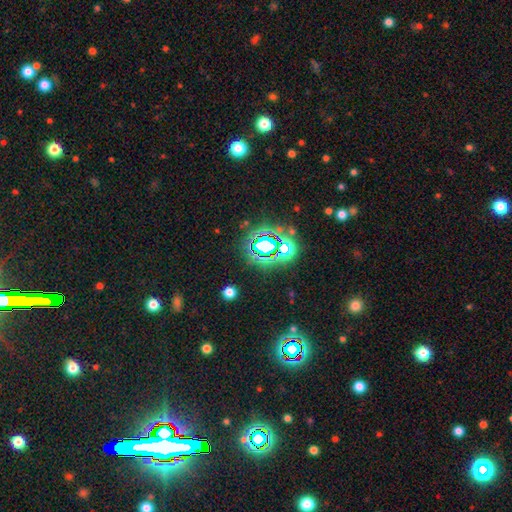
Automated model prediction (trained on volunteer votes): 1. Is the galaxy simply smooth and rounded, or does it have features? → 75% star or artifact, 15% smooth, 10% featured or disk.